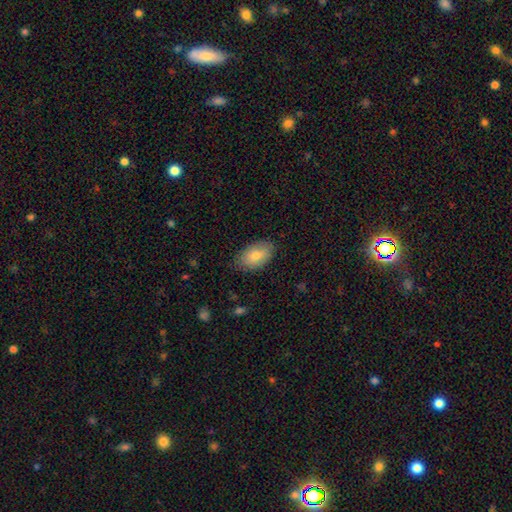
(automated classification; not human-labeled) This is likely a smooth galaxy (79%). How rounded: clearly in between (93%). Merging: clearly none (82%).